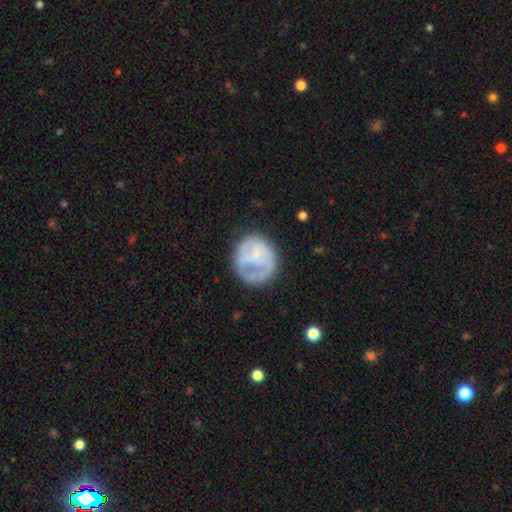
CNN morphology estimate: A featured or disk galaxy (52%) with no bar (67%), spiral arms (54%) and a small central bulge (55%). Merging: none (48%).